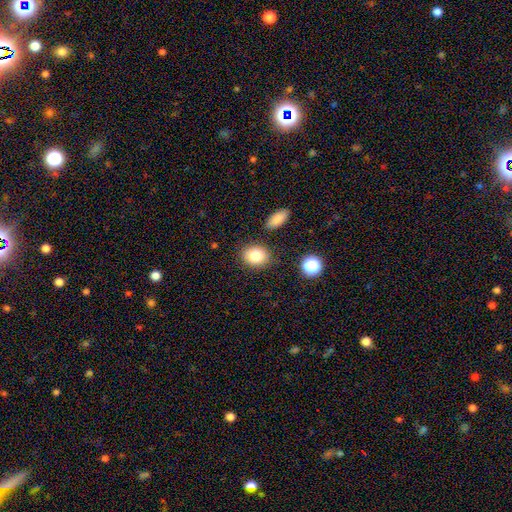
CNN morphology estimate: smooth-or-featured: smooth: 81% | star or artifact: 10% | featured or disk: 9%
  how-rounded: in between: 52% | round: 47% | cigar-shaped: 1%
  merging: none: 82% | minor disturbance: 10% | merger: 5% | major disturbance: 3%